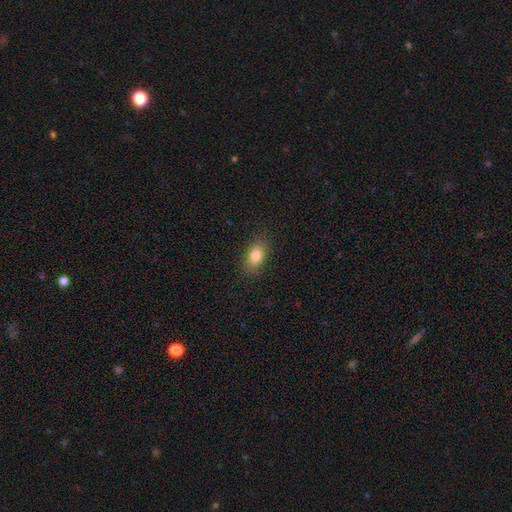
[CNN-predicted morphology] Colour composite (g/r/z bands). It shows a smooth galaxy with no disk features (82%) that is in between round and cigar-shaped (83%). Merging: none (85%).